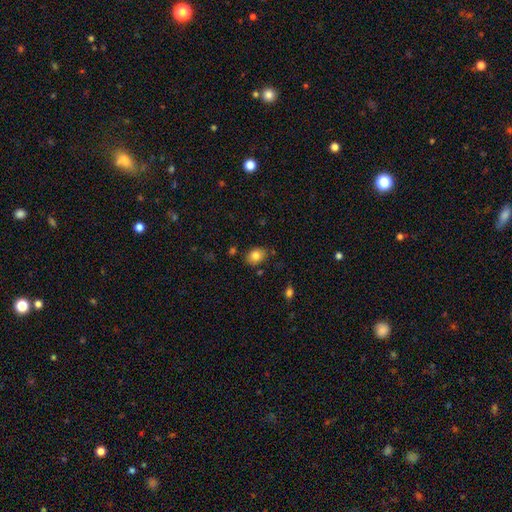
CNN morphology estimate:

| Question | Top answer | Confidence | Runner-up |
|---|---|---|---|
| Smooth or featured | smooth | 81% | featured or disk (10%) |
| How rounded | in between | 68% | round (31%) |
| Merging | none | 81% | minor disturbance (14%) |